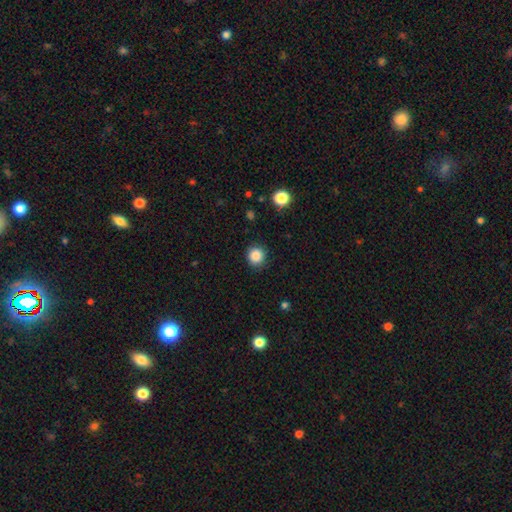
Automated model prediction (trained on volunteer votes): Smooth or featured: smooth — 86% (star or artifact — 10%)
How rounded: round — 93% (in between — 6%)
Merging: none — 89% (minor disturbance — 8%)